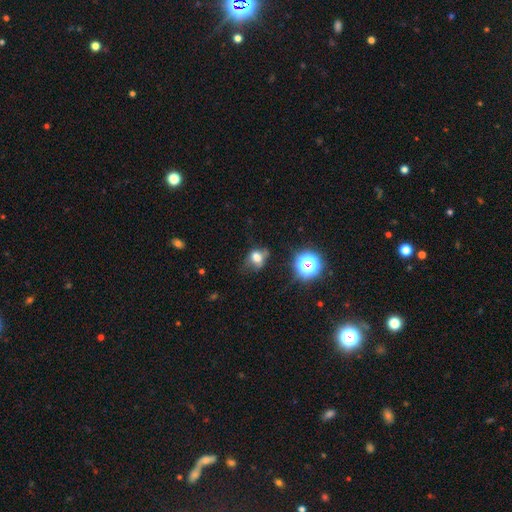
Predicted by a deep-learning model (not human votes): The model was most divided on "how rounded": in between: 50%, round: 49%, cigar-shaped: 1%. Remaining: smooth or featured — smooth (63%); merging — none (44%).